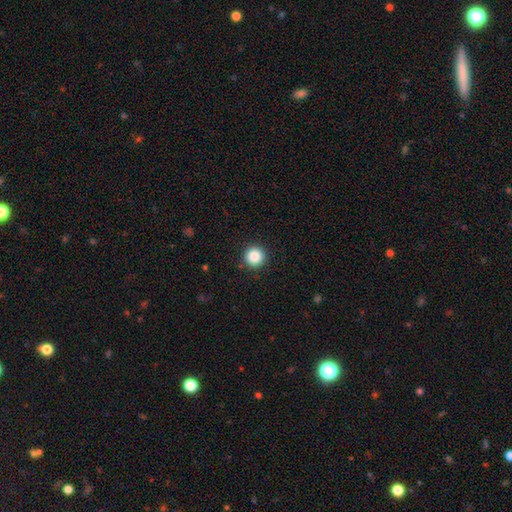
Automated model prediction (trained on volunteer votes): A smooth galaxy with no disk features (86%) that is round (96%). Merging: none (92%).